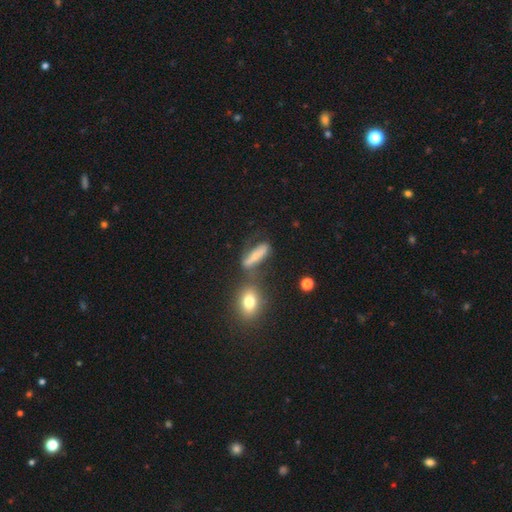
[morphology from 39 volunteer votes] type=featured or disk (49%); edge-on=yes (89%); edge-on bulge=rounded (82%); merging=none (54%).